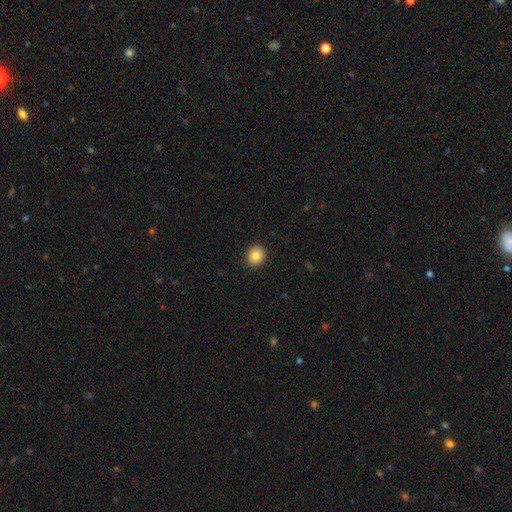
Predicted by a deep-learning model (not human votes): Morphology: type=smooth (85%); roundness=round (83%); merging=none (92%).